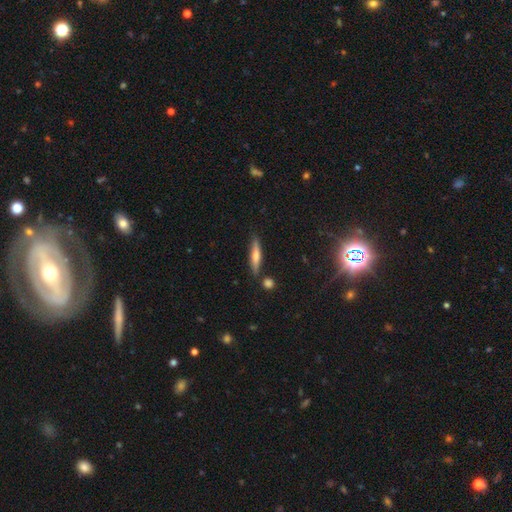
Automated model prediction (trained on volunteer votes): Smooth or featured?
  - smooth: 46% *
  - featured or disk: 45%
  - star or artifact: 9%
Merging?
  - none: 84% *
  - minor disturbance: 10%
  - merger: 4%
  - major disturbance: 2%